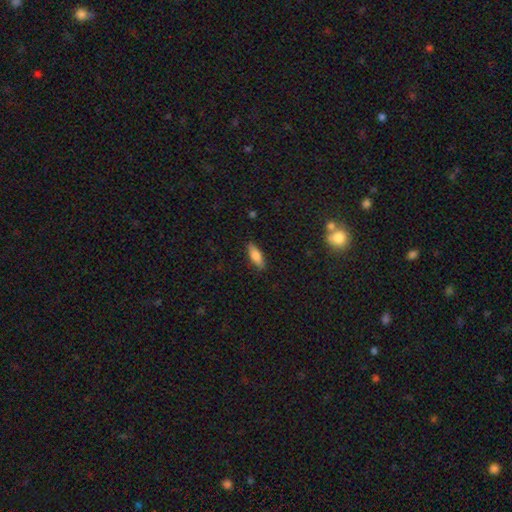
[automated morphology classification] Smooth or featured? Predicted: smooth (p=0.79). How rounded? Predicted: in between (p=0.62). Merging? Predicted: none (p=0.86).